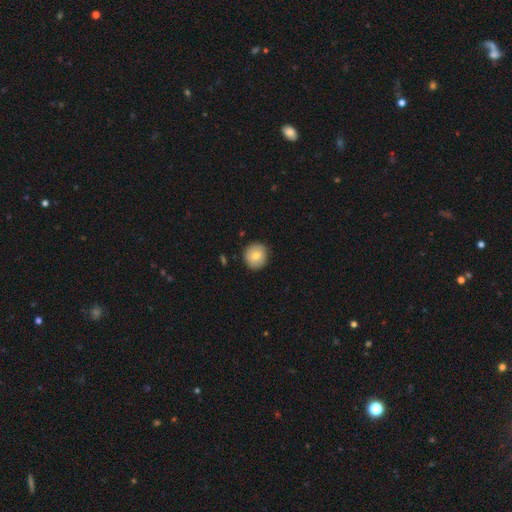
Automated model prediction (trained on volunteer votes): Q: Smooth or featured?
A: smooth (75%); runner-up: featured or disk (17%)
Q: How rounded?
A: round (93%); runner-up: in between (6%)
Q: Merging?
A: none (88%); runner-up: minor disturbance (9%)